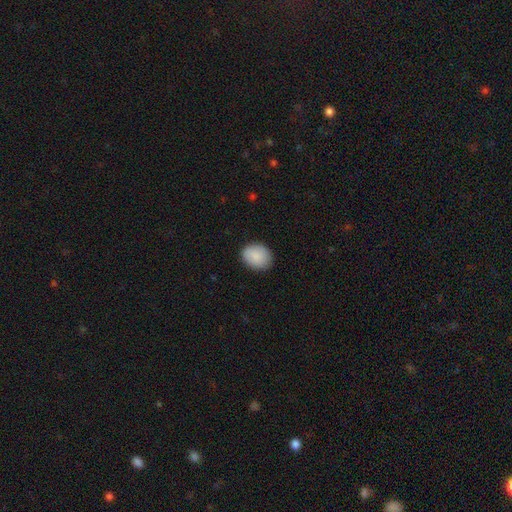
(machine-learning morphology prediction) Smooth or featured?
  - smooth: 89% *
  - star or artifact: 6%
  - featured or disk: 4%
How rounded?
  - in between: 52% *
  - round: 47%
  - cigar-shaped: 1%
Merging?
  - none: 86% *
  - minor disturbance: 11%
  - major disturbance: 2%
  - merger: 1%